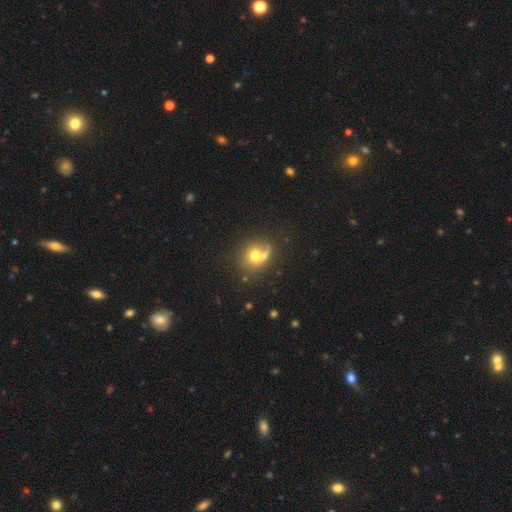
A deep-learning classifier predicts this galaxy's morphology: This is likely a smooth galaxy (67%). How rounded: likely round (75%). Merging: marginally none (43%).